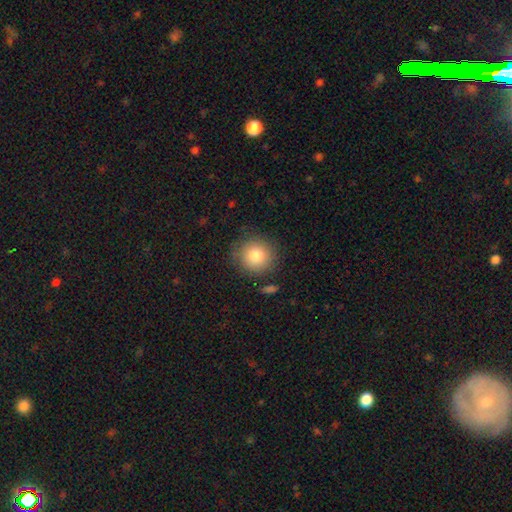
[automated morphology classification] Q: Smooth or featured?
A: smooth (82%); runner-up: star or artifact (9%)
Q: How rounded?
A: round (91%); runner-up: in between (8%)
Q: Merging?
A: none (84%); runner-up: minor disturbance (11%)